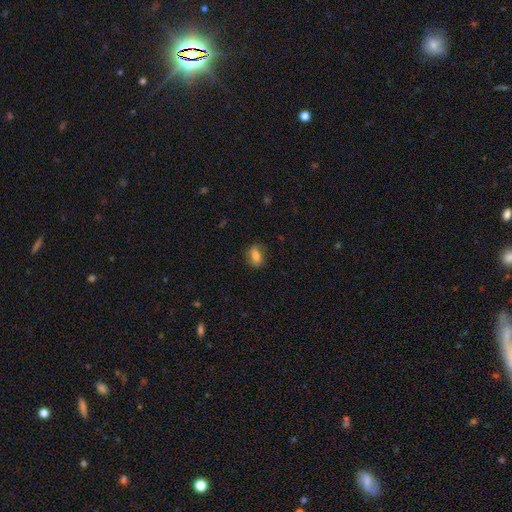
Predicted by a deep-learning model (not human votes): smooth_or_featured: smooth (p=0.74) [alt: featured or disk p=0.16]
how_rounded: in between (p=0.75) [alt: round p=0.17]
merging: none (p=0.75) [alt: minor disturbance p=0.19]